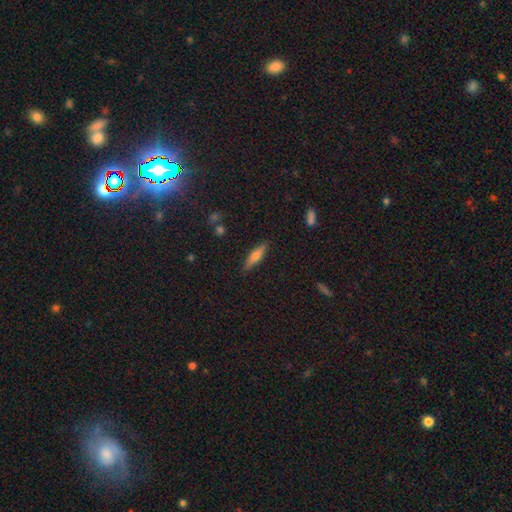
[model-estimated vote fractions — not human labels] Smooth or featured: smooth — 57% (featured or disk — 35%)
How rounded: cigar-shaped — 75% (in between — 23%)
Merging: none — 88% (minor disturbance — 9%)